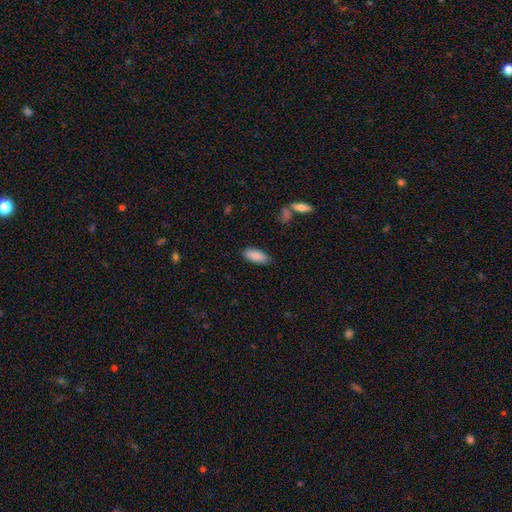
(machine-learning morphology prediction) Smooth or featured?
  - smooth: 87% *
  - star or artifact: 7%
  - featured or disk: 6%
How rounded?
  - in between: 85% *
  - cigar-shaped: 14%
  - round: 2%
Merging?
  - none: 85% *
  - minor disturbance: 11%
  - major disturbance: 2%
  - merger: 2%